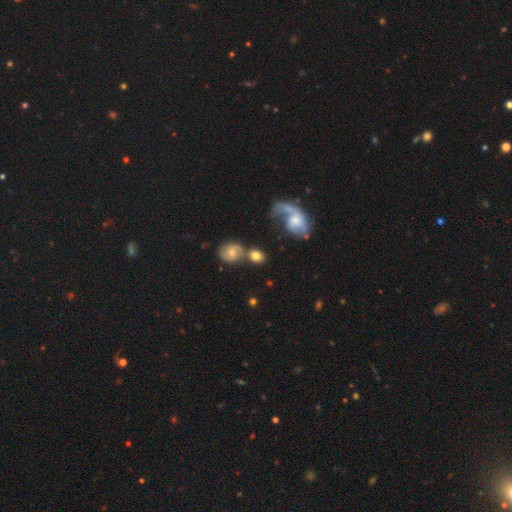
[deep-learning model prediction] Morphology: type=smooth (69%); roundness=round (63%); merging=none (48%).